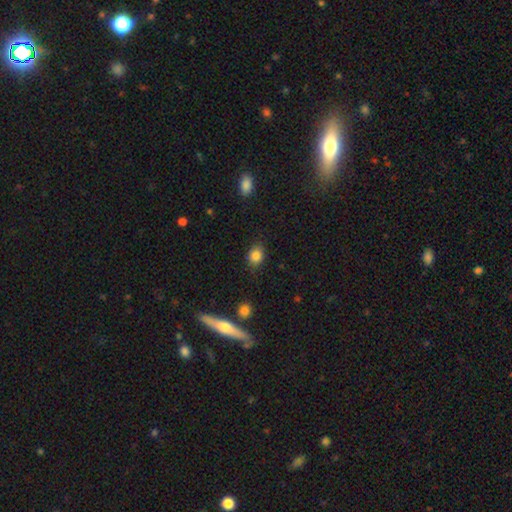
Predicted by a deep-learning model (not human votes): smooth 85%, star or artifact 10%, featured or disk 5%. Down the decision tree: how rounded — in between (55%); merging — none (83%).